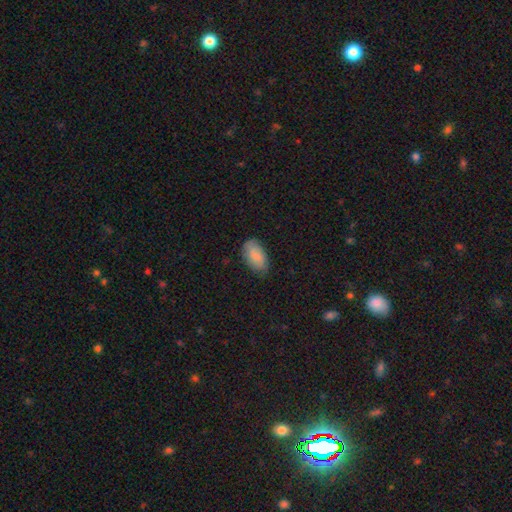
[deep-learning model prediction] A smooth galaxy with no disk features (79%) that is in between round and cigar-shaped (94%). Merging: none (75%).